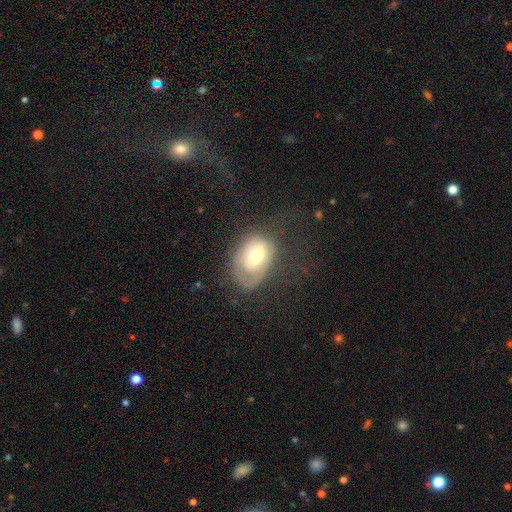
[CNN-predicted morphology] smooth_or_featured: smooth (p=0.53) [alt: featured or disk p=0.38]
how_rounded: in between (p=0.73) [alt: round p=0.26]
merging: none (p=0.42) [alt: major disturbance p=0.30]